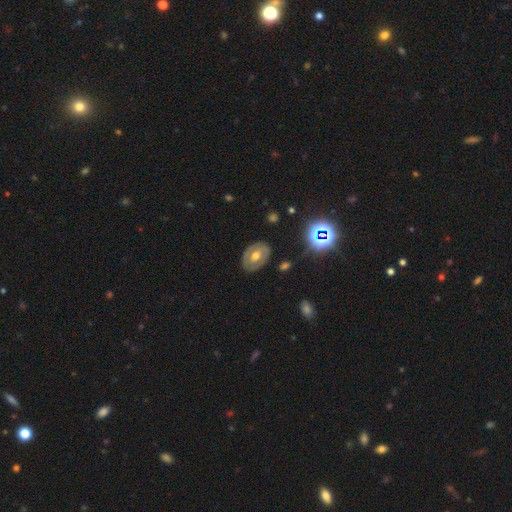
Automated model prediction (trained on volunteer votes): featured or disk 49%, smooth 41%, star or artifact 10%. Down the decision tree: merging — none (81%).